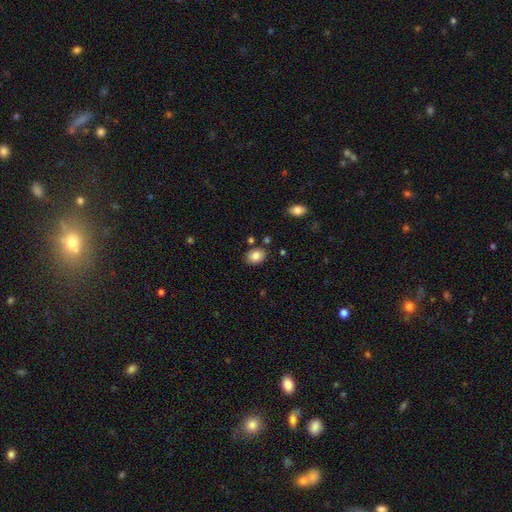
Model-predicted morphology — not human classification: This is clearly a smooth galaxy (85%). How rounded: likely in between (66%). Merging: clearly none (82%).